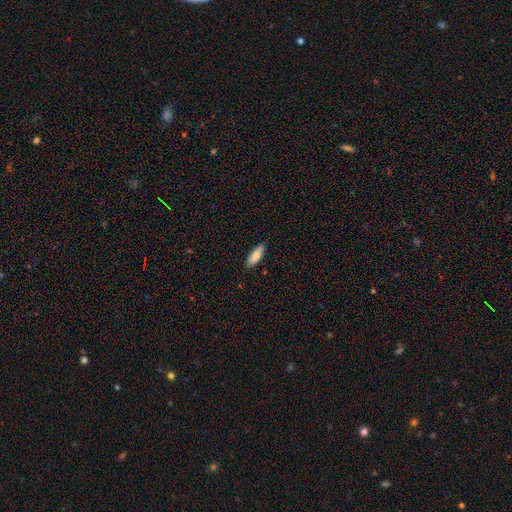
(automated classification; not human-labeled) Smooth or featured? smooth (84%)
How rounded? in between (66%)
Merging? none (85%)